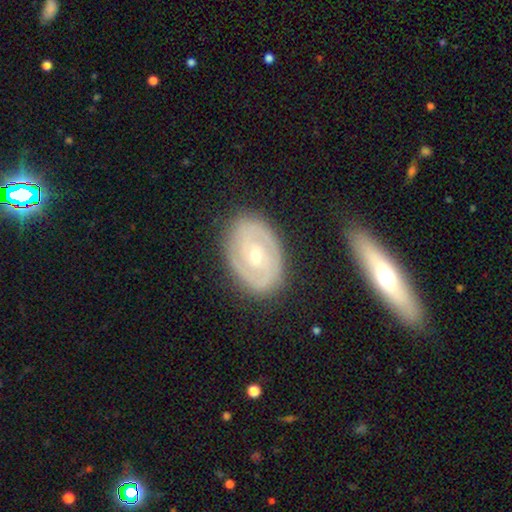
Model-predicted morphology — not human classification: This is clearly a featured or disk galaxy (83%). It is clearly not viewed edge-on (96%). Bar: possibly no (52%). Spiral arm pattern: clearly yes (89%). Spiral arm count: likely 2 (69%). Spiral winding: likely tight (70%). Central bulge: possibly small (57%). Merging: clearly none (82%).